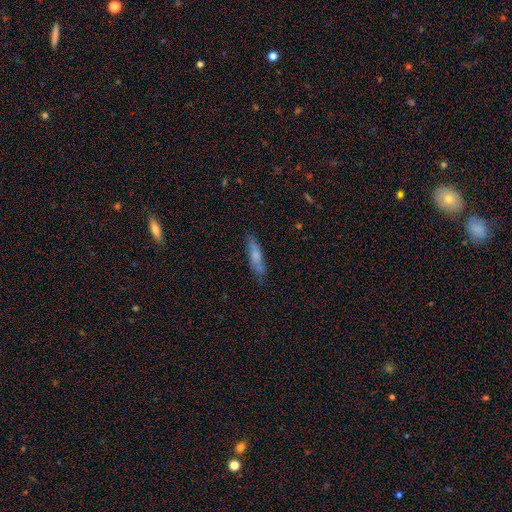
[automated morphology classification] smooth-or-featured: smooth: 71% | featured or disk: 22% | star or artifact: 7%
  how-rounded: cigar-shaped: 75% | in between: 23% | round: 2%
  merging: none: 74% | minor disturbance: 18% | major disturbance: 4% | merger: 3%